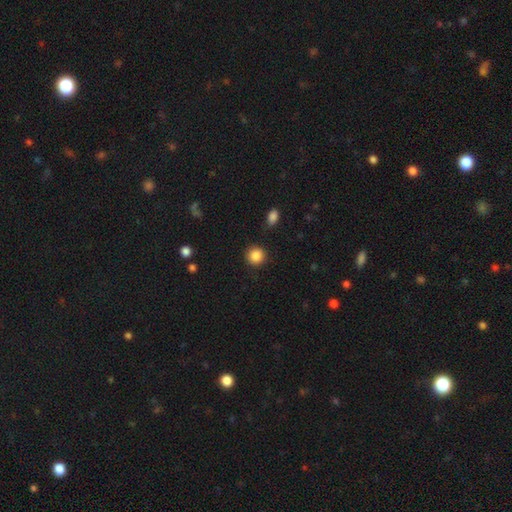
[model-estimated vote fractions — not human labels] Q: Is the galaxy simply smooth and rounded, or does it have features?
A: smooth — 87%.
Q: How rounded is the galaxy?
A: round — 93%.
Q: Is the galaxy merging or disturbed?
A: none — 90%.